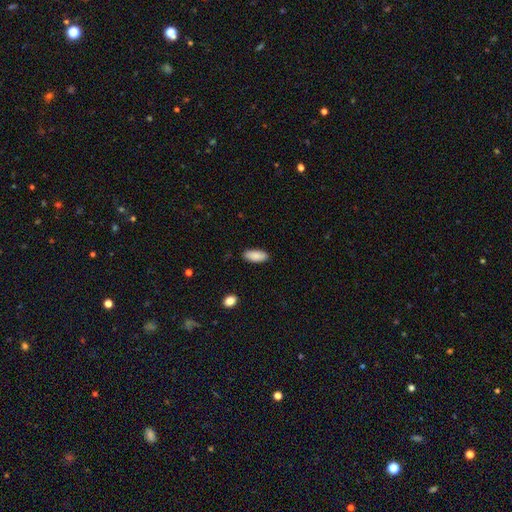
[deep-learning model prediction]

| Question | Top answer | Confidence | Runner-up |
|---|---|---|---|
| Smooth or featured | smooth | 89% | star or artifact (6%) |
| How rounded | in between | 84% | cigar-shaped (14%) |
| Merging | none | 88% | minor disturbance (9%) |